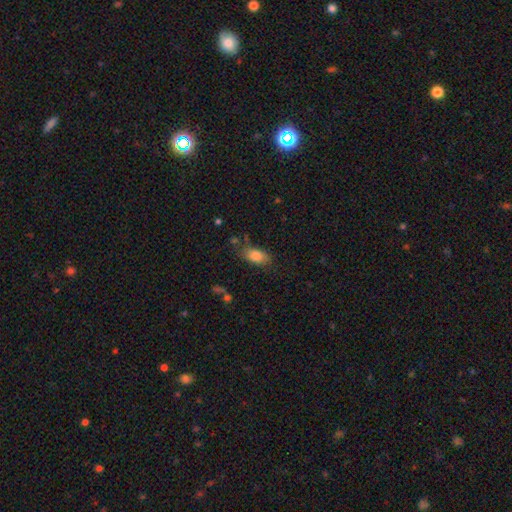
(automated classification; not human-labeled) smooth 83%, featured or disk 9%, star or artifact 8%. Down the decision tree: how rounded — in between (88%); merging — none (68%).